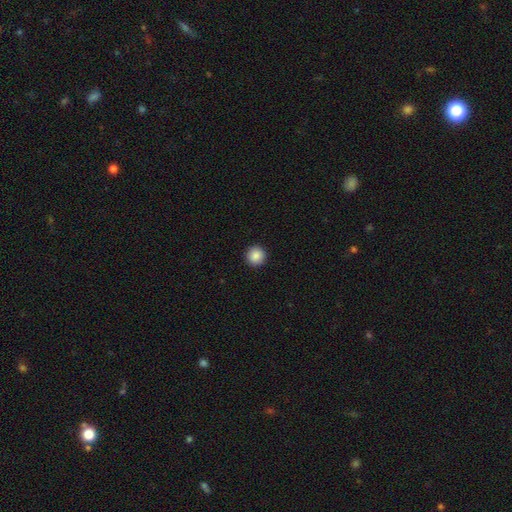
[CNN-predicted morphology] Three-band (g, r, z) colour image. It shows a smooth galaxy with no disk features (89%) that is round (95%). Merging: none (93%).